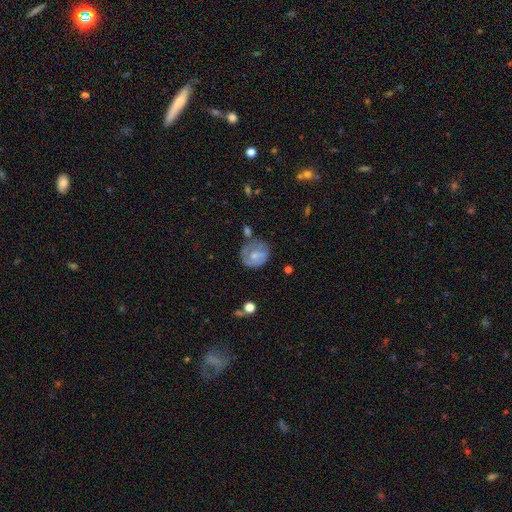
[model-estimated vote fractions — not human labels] smooth-or-featured: featured or disk: 47% | smooth: 46% | star or artifact: 7%
  merging: none: 54% | minor disturbance: 26% | major disturbance: 13% | merger: 7%